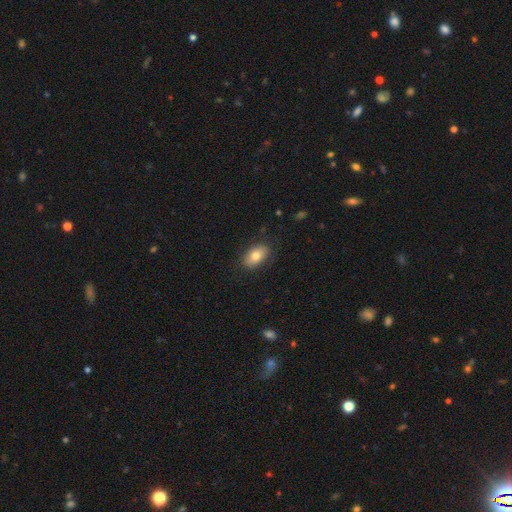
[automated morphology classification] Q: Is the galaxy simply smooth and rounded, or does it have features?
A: smooth — 79%.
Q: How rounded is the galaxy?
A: in between — 91%.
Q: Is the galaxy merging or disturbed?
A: none — 84%.